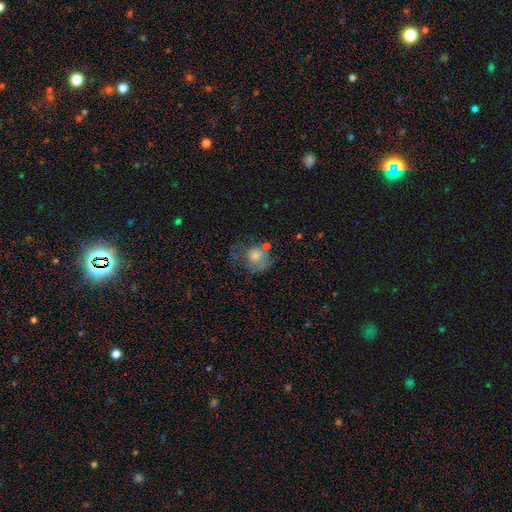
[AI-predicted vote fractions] The model was most divided on "merging": none: 38%, major disturbance: 28%, minor disturbance: 25%, merger: 9%. More confident: how rounded — round (69%); smooth or featured — smooth (56%).